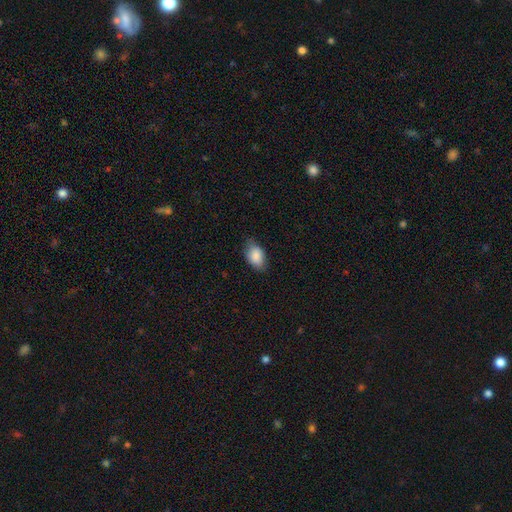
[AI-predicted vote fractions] This appears to be a smooth galaxy with no disk features (87%) that is in between round and cigar-shaped (90%). Merging: none (74%).